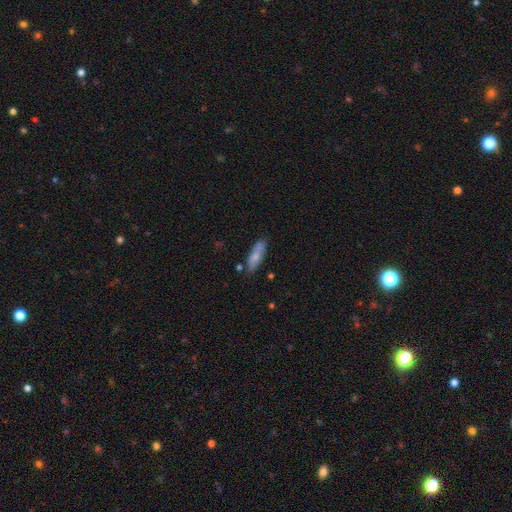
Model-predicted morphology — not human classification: Smooth or featured?
  - smooth: 73% *
  - featured or disk: 20%
  - star or artifact: 7%
How rounded?
  - in between: 52% *
  - cigar-shaped: 46%
  - round: 2%
Merging?
  - none: 70% *
  - minor disturbance: 18%
  - merger: 8%
  - major disturbance: 4%